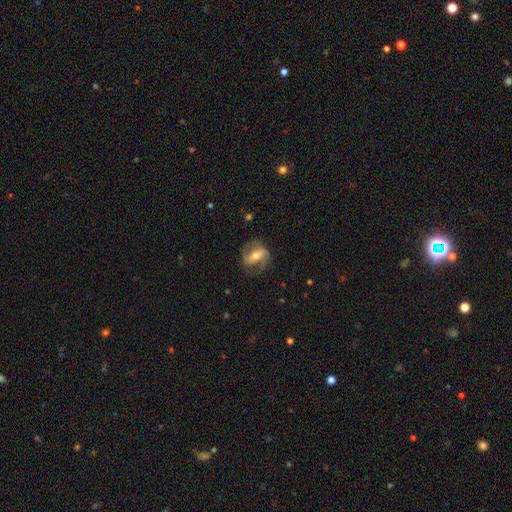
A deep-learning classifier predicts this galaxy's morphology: Overall: featured or disk (70%). Edge-on disk: no (95%). Bar: strong (38%; weak 36%). Spiral arms: yes (84%). Spiral arm count: 2 (74%). Spiral winding: medium (44%; loose 33%). Bulge size: moderate (67%). Merging: none (67%).